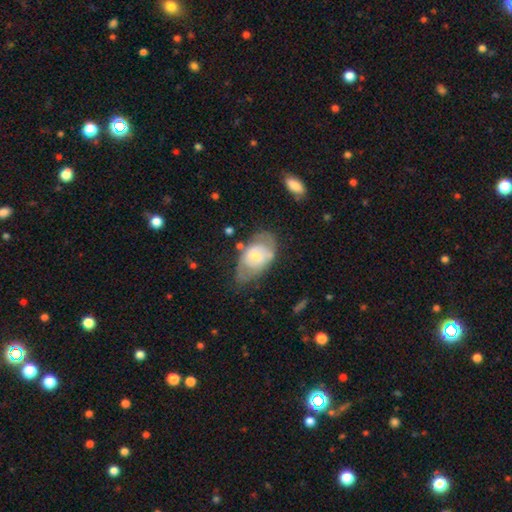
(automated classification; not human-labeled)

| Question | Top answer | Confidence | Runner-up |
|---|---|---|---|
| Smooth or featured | featured or disk | 59% | smooth (35%) |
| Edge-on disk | no | 94% | yes (6%) |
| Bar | no | 66% | weak (28%) |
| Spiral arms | yes | 53% | no (47%) |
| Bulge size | small | 48% | moderate (44%) |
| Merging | none | 46% | minor disturbance (30%) |